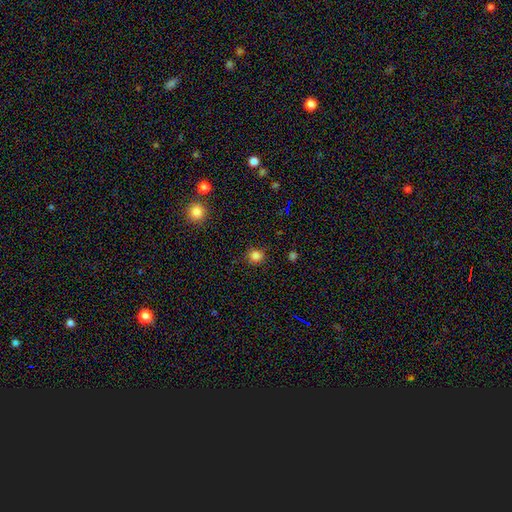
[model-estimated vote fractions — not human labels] This is clearly a smooth galaxy (83%). How rounded: clearly round (90%). Merging: clearly none (86%).